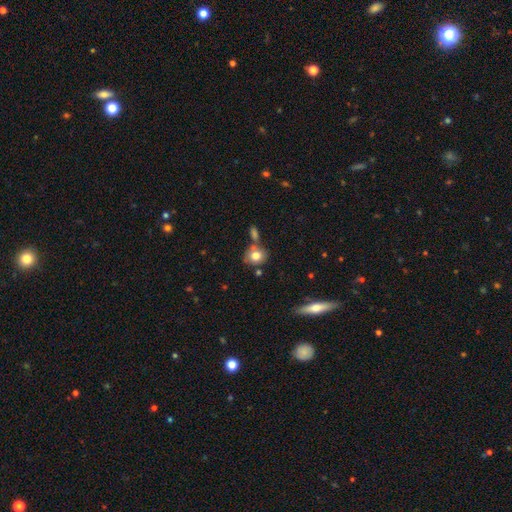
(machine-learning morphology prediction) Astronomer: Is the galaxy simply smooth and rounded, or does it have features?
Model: smooth — 79%.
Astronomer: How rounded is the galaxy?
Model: round — 72%.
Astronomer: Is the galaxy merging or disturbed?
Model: none — 58%.